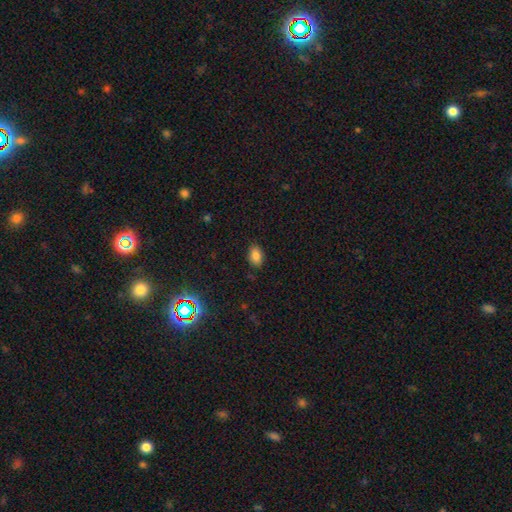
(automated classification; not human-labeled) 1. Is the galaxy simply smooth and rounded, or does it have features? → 84% smooth, 11% star or artifact, 5% featured or disk.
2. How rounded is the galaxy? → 84% in between, 14% round, 1% cigar-shaped.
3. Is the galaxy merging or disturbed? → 84% none, 12% minor disturbance, 3% major disturbance, 1% merger.